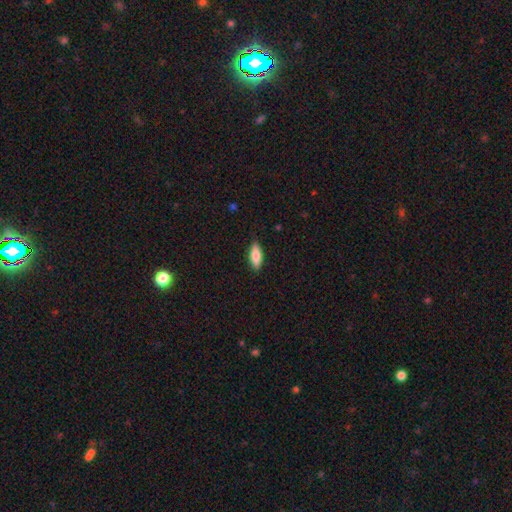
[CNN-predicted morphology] Overall: smooth (76%). How rounded: in between (65%; cigar-shaped 33%). Merging: none (87%).